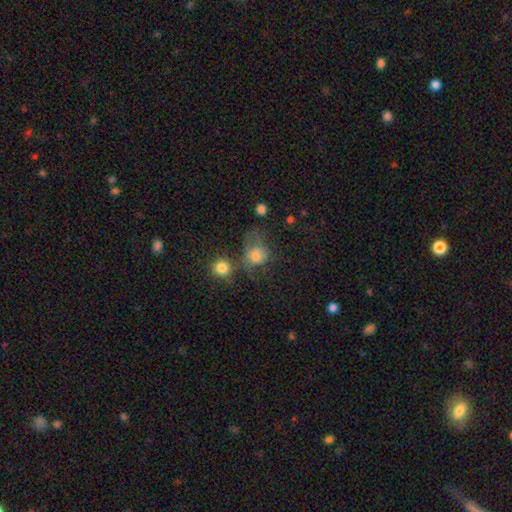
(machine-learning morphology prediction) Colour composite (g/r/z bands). It shows a smooth galaxy with no disk features (71%) that is round (71%). Merging: none (35%).